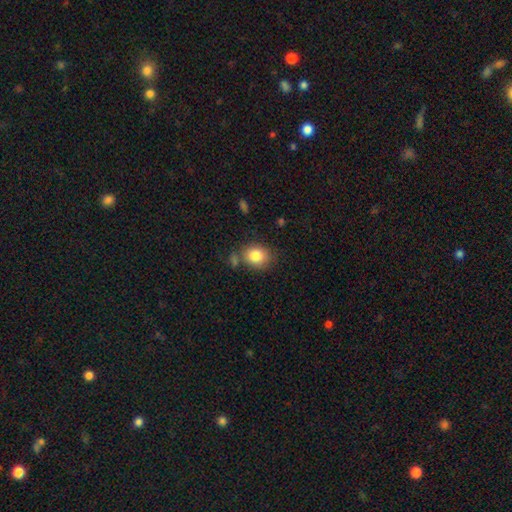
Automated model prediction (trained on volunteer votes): This is clearly a smooth galaxy (83%). How rounded: possibly round (57%). Merging: likely none (70%).